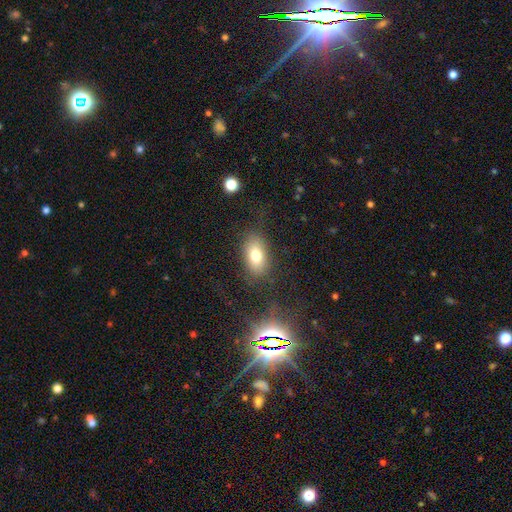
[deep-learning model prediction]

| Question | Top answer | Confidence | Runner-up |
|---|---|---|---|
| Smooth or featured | smooth | 76% | featured or disk (14%) |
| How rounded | in between | 88% | round (9%) |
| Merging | none | 79% | minor disturbance (13%) |